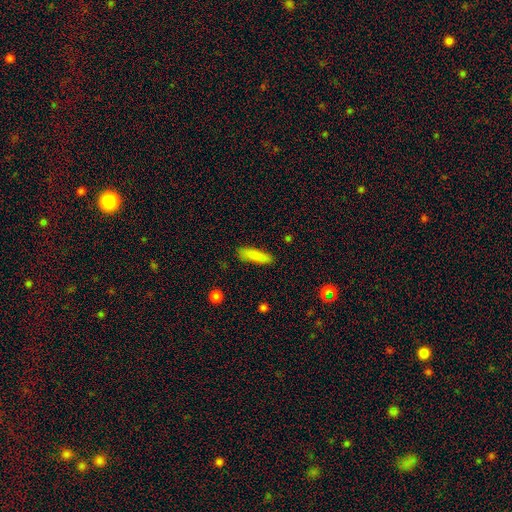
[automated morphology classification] A smooth galaxy with no disk features (85%) that is cigar-shaped (67%).

Vote fractions:
- Smooth or featured? smooth: 85% / star or artifact: 7% / featured or disk: 7%
- How rounded? cigar-shaped: 67% / in between: 31% / round: 2%
- Merging? none: 83% / minor disturbance: 12% / major disturbance: 3% / merger: 2%